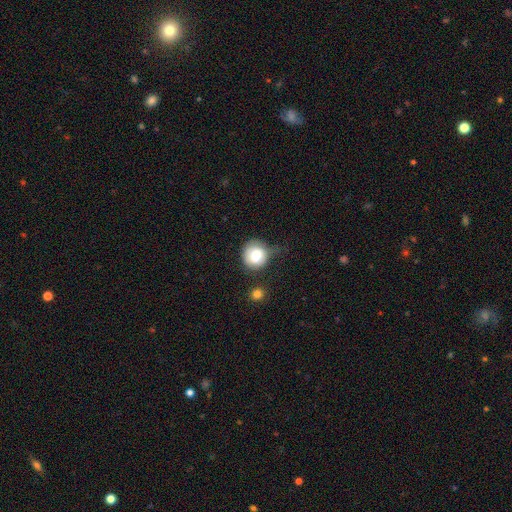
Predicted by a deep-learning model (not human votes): Smooth or featured? Predicted: smooth (p=0.76). How rounded? Predicted: round (p=0.80). Merging? Predicted: none (p=0.43).